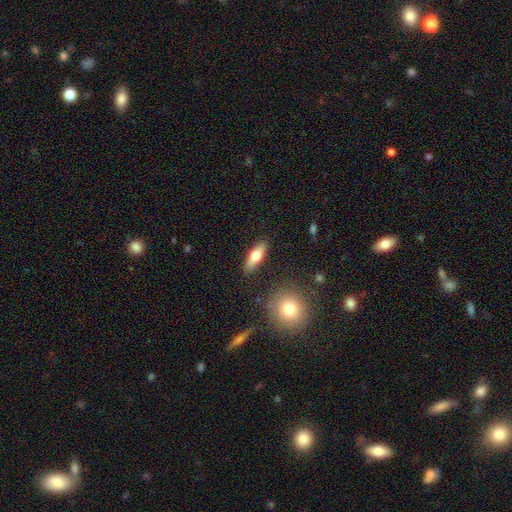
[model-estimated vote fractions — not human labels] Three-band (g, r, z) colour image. It shows a smooth galaxy with no disk features (66%) that is in between round and cigar-shaped (54%). Merging: none (87%).